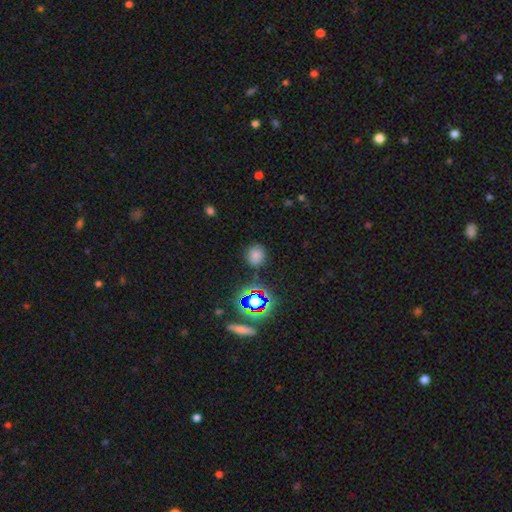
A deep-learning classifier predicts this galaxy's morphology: Smooth or featured? Predicted: smooth (p=0.72). How rounded? Predicted: round (p=0.79). Merging? Predicted: none (p=0.83).